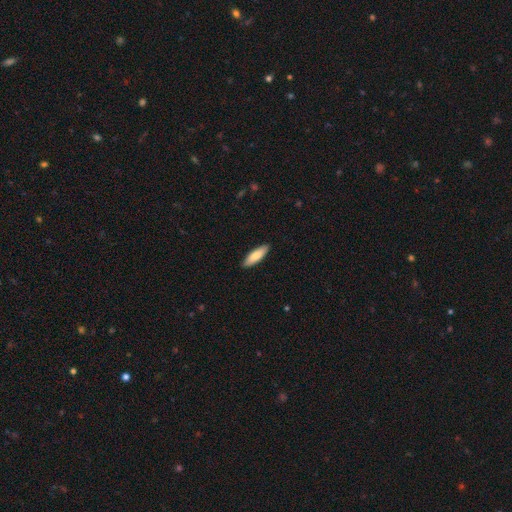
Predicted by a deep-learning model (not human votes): This is clearly a smooth galaxy (80%). How rounded: possibly in between (50%). Merging: clearly none (89%).